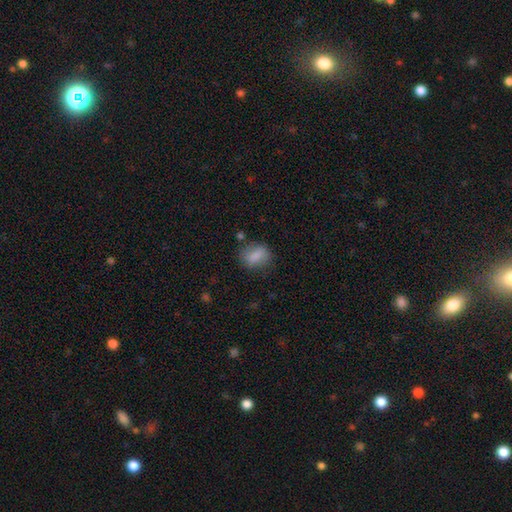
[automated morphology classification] This appears to be a smooth galaxy with no disk features (80%) that is in between round and cigar-shaped (60%). Merging: none (74%).